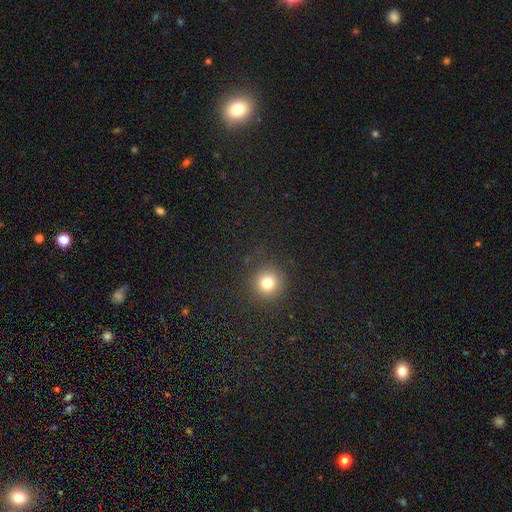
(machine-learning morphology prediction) Q: Smooth or featured?
A: smooth (57%); runner-up: star or artifact (38%)
Q: How rounded?
A: round (93%); runner-up: in between (6%)
Q: Merging?
A: none (90%); runner-up: minor disturbance (5%)